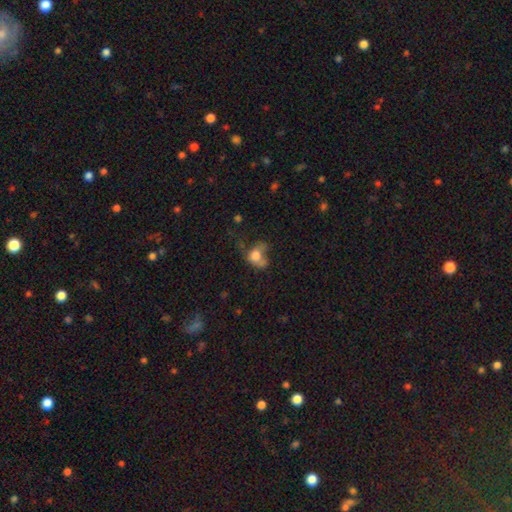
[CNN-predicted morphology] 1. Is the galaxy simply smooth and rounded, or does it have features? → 69% smooth, 20% featured or disk, 11% star or artifact.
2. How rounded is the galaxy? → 54% in between, 45% round, 1% cigar-shaped.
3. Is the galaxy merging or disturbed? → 39% major disturbance, 24% none, 23% minor disturbance, 13% merger.